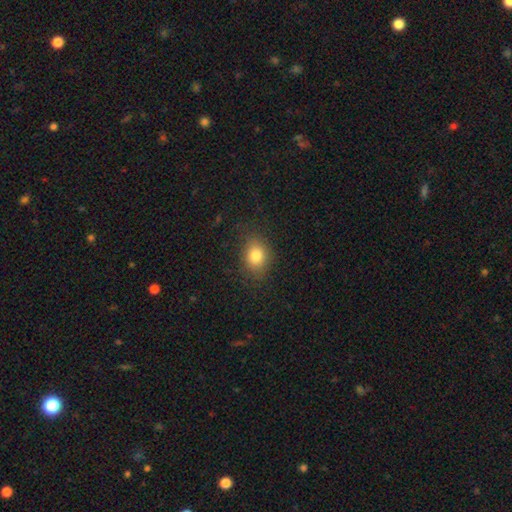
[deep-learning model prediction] The model was most divided on "how rounded": in between: 53%, round: 45%, cigar-shaped: 1%. More confident: merging — none (82%); smooth or featured — smooth (81%).